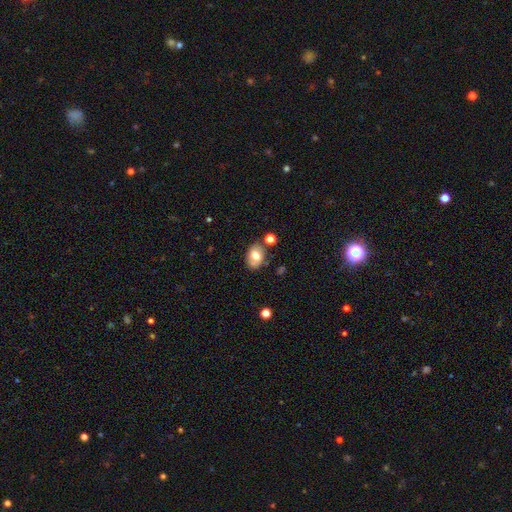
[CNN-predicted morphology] This is likely a smooth galaxy (70%). How rounded: likely in between (75%). Merging: likely none (70%).